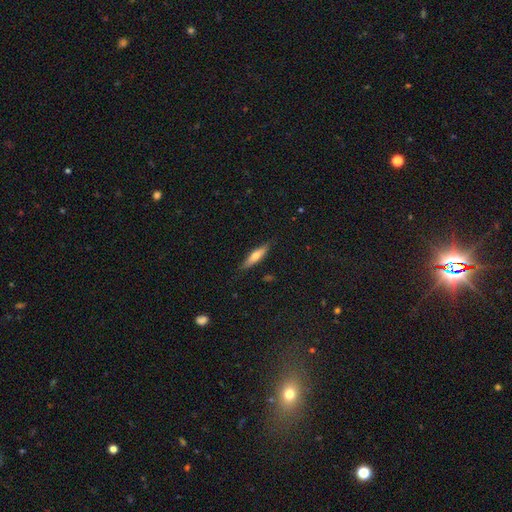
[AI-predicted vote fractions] smooth-or-featured: smooth: 55% | featured or disk: 38% | star or artifact: 7%
  how-rounded: cigar-shaped: 77% | in between: 21% | round: 2%
  merging: none: 85% | minor disturbance: 12% | major disturbance: 2% | merger: 1%